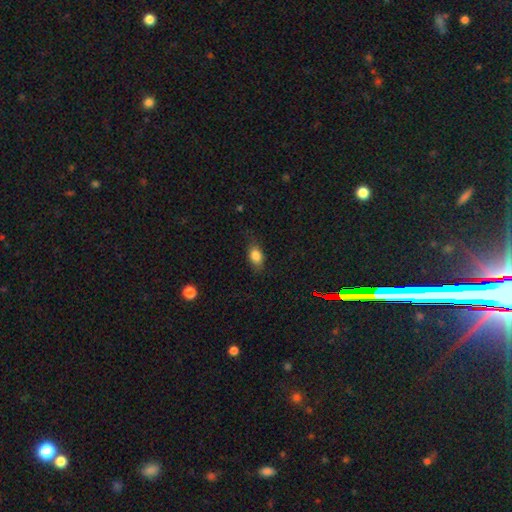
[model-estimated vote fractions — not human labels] Q: Smooth or featured?
A: smooth (82%); runner-up: star or artifact (9%)
Q: How rounded?
A: in between (82%); runner-up: round (13%)
Q: Merging?
A: none (75%); runner-up: minor disturbance (19%)